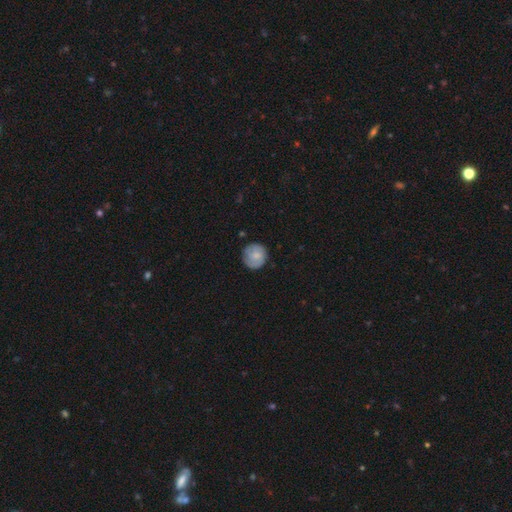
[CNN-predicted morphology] Q: Smooth or featured?
A: smooth (63%); runner-up: featured or disk (30%)
Q: How rounded?
A: round (91%); runner-up: in between (8%)
Q: Merging?
A: none (79%); runner-up: minor disturbance (16%)